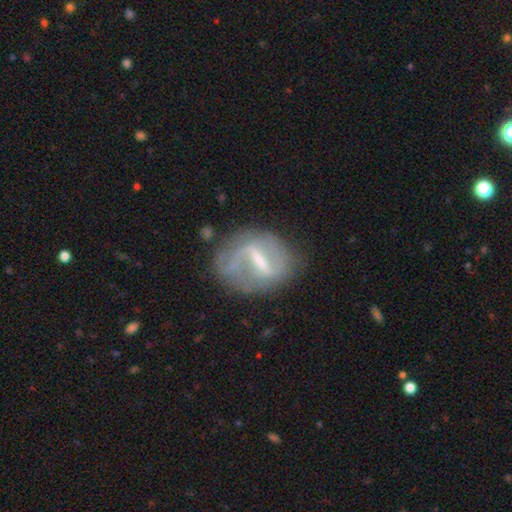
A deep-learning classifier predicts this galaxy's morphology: Smooth or featured? Predicted: featured or disk (p=0.73). Edge-on disk? Predicted: no (p=0.93). Bar? Predicted: strong (p=0.65). Spiral arms? Predicted: yes (p=0.66). Bulge size? Predicted: small (p=0.36). Merging? Predicted: none (p=0.67).